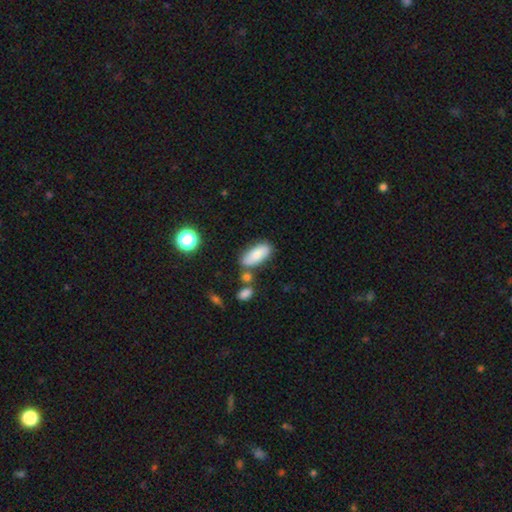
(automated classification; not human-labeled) Q: Smooth or featured?
A: smooth (78%); runner-up: featured or disk (15%)
Q: How rounded?
A: in between (84%); runner-up: cigar-shaped (13%)
Q: Merging?
A: none (71%); runner-up: minor disturbance (15%)